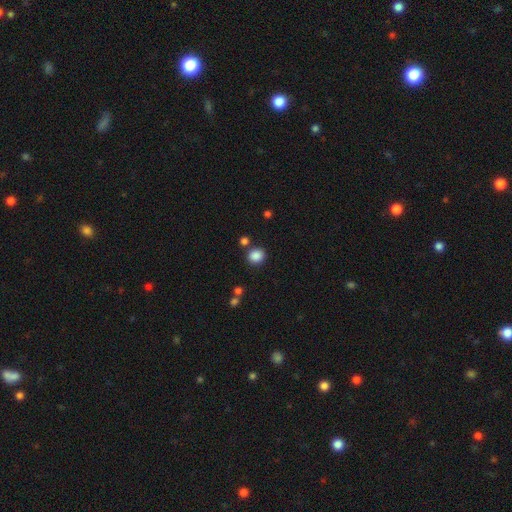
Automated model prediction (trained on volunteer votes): Q: Smooth or featured?
A: smooth (86%); runner-up: star or artifact (10%)
Q: How rounded?
A: round (77%); runner-up: in between (22%)
Q: Merging?
A: none (79%); runner-up: minor disturbance (10%)